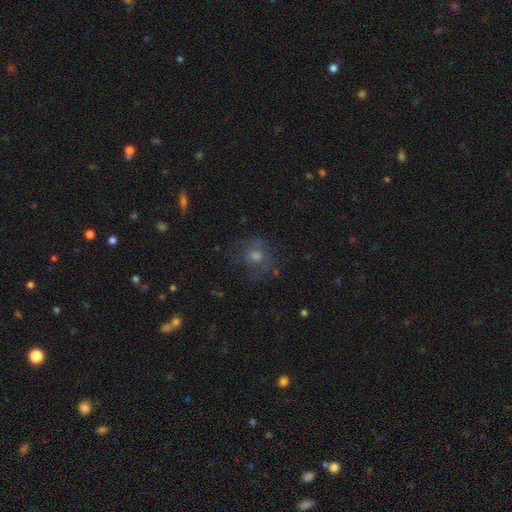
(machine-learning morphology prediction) smooth 45%, featured or disk 31%, star or artifact 24%. Down the decision tree: merging — none (66%).